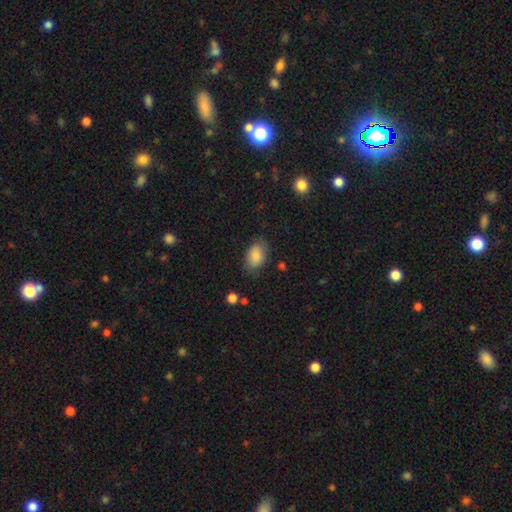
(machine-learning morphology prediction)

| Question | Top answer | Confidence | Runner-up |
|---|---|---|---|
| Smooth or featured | smooth | 86% | star or artifact (7%) |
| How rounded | in between | 89% | round (10%) |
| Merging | none | 74% | minor disturbance (19%) |